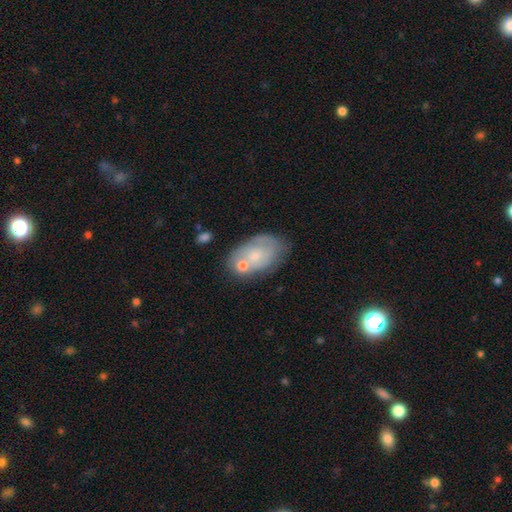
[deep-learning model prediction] Smooth or featured?
  - smooth: 51% *
  - featured or disk: 41%
  - star or artifact: 7%
How rounded?
  - in between: 88% *
  - round: 10%
  - cigar-shaped: 2%
Merging?
  - none: 42% *
  - minor disturbance: 25%
  - merger: 23%
  - major disturbance: 11%